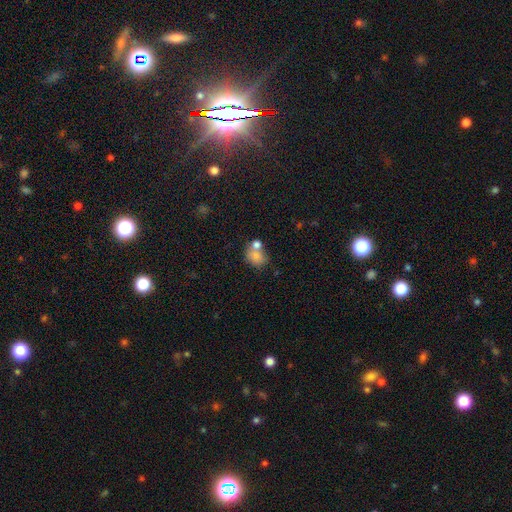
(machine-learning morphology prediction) Q: Smooth or featured?
A: smooth (75%); runner-up: featured or disk (15%)
Q: How rounded?
A: round (59%); runner-up: in between (40%)
Q: Merging?
A: merger (41%); tied with: none (41%)